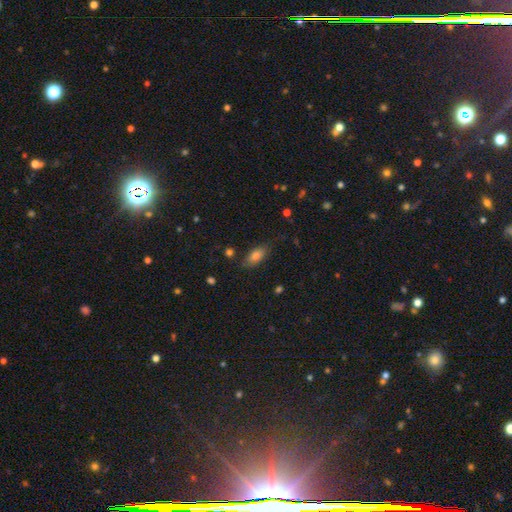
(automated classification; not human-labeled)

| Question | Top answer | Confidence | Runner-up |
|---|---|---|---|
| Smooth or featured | smooth | 77% | featured or disk (13%) |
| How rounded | in between | 85% | cigar-shaped (11%) |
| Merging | none | 72% | minor disturbance (20%) |